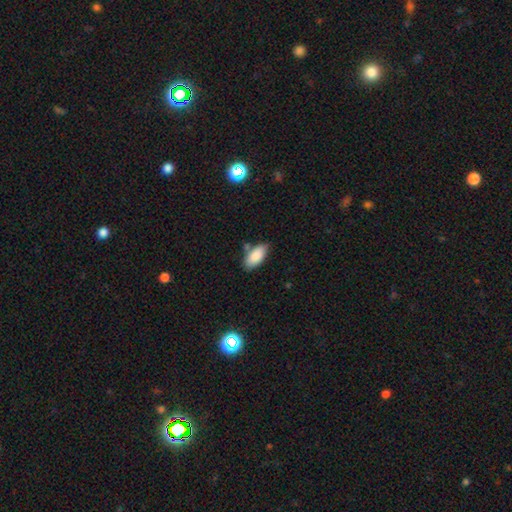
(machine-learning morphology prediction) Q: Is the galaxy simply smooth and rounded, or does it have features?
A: smooth — 87%.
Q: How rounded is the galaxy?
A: in between — 91%.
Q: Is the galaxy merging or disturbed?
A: none — 71%.